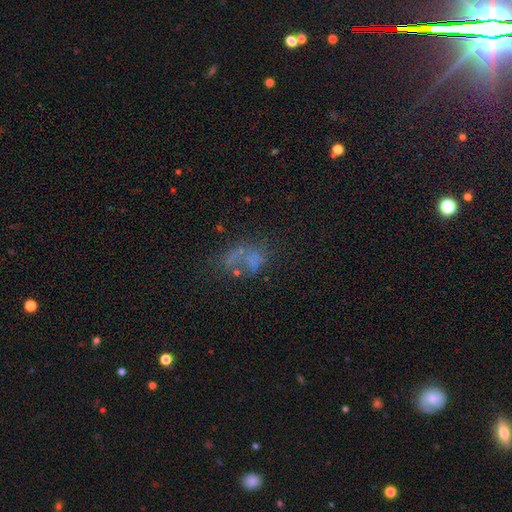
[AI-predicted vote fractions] Smooth or featured? Predicted: smooth (p=0.37). Merging? Predicted: none (p=0.39).